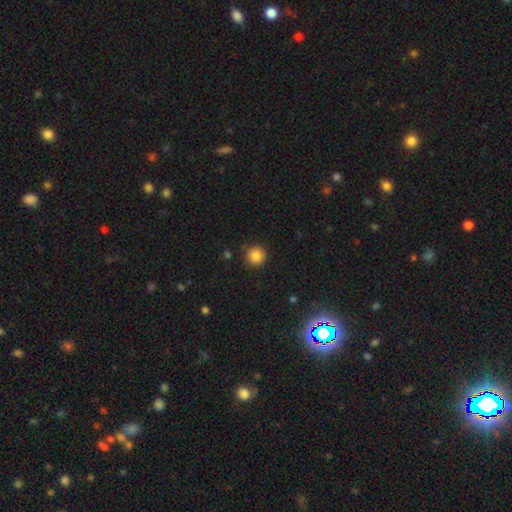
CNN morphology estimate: This is clearly a smooth galaxy (85%). How rounded: clearly round (95%). Merging: clearly none (87%).